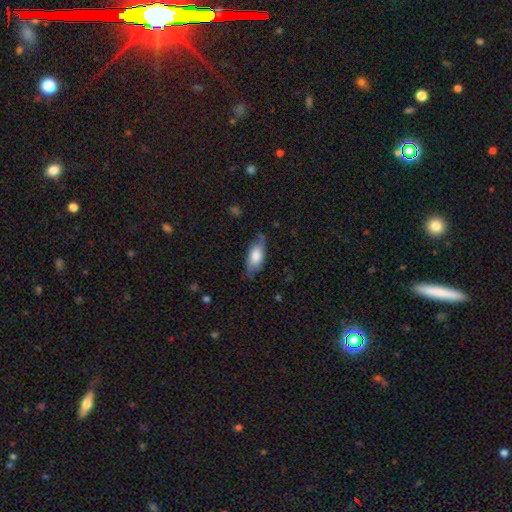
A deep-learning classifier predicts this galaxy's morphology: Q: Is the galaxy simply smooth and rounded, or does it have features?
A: smooth — 70%.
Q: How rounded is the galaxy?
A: in between — 85%.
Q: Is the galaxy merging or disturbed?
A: none — 66%.